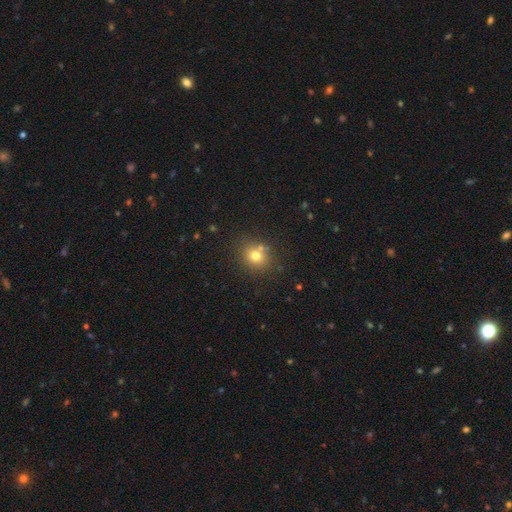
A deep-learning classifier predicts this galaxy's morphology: This appears to be a smooth galaxy with no disk features (74%) that is round (79%). Merging: none (74%).